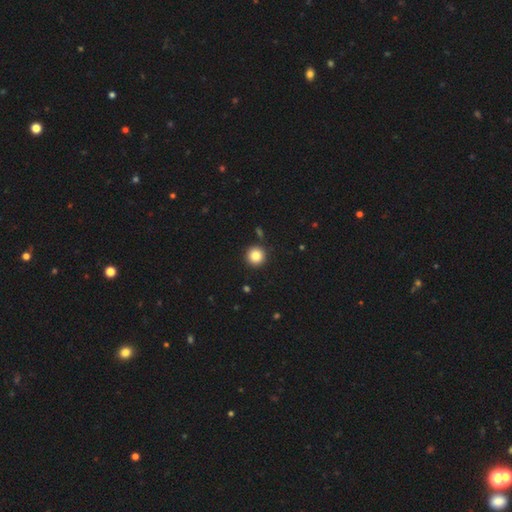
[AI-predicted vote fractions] Morphology: type=smooth (85%); roundness=round (96%); merging=none (91%).